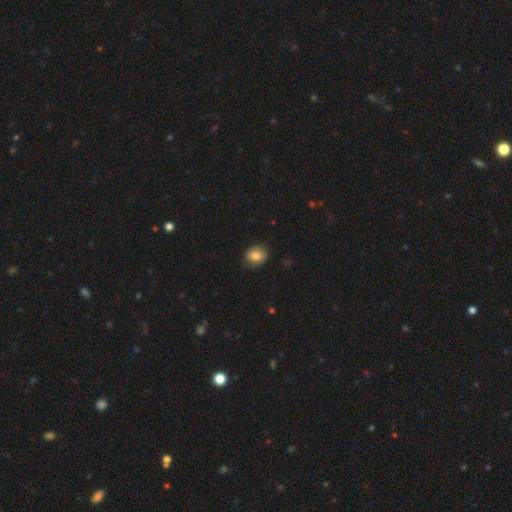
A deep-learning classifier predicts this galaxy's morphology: Smooth or featured? Predicted: smooth (p=0.79). How rounded? Predicted: round (p=0.62). Merging? Predicted: none (p=0.79).